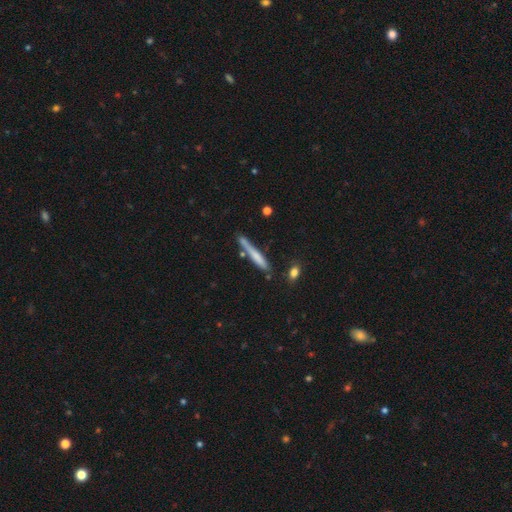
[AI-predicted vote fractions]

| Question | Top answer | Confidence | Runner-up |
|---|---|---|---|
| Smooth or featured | smooth | 63% | featured or disk (30%) |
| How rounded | cigar-shaped | 94% | in between (5%) |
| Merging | none | 67% | minor disturbance (19%) |